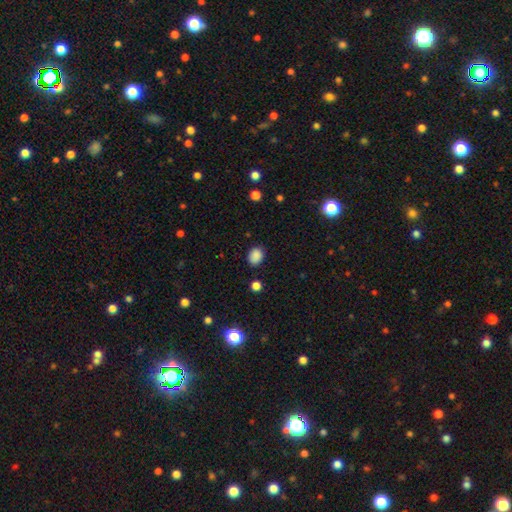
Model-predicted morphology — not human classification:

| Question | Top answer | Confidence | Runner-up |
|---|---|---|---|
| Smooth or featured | smooth | 87% | star or artifact (10%) |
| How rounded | in between | 60% | round (39%) |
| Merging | none | 83% | minor disturbance (13%) |